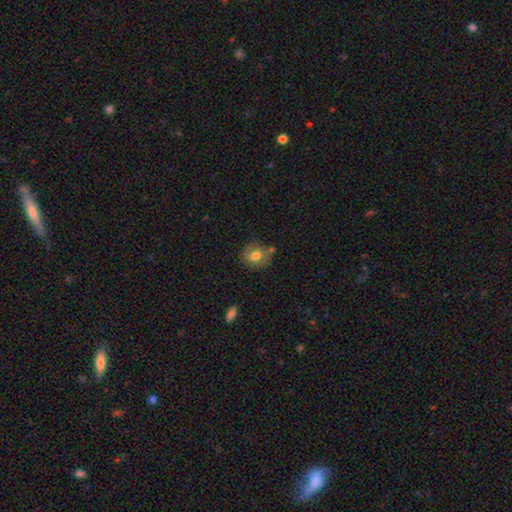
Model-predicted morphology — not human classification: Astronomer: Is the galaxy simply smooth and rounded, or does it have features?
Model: smooth — 73%.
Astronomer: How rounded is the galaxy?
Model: round — 68%.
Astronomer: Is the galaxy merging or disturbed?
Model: none — 65%.